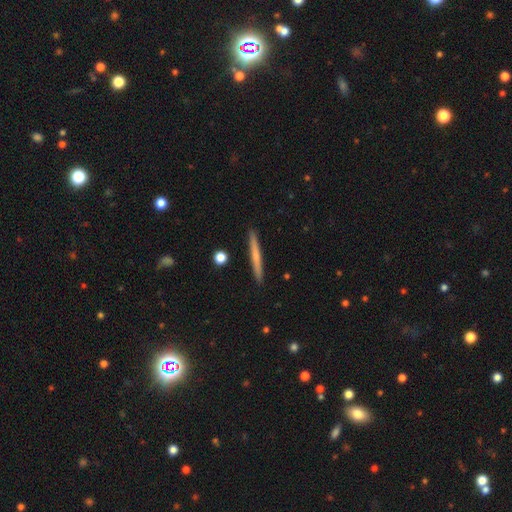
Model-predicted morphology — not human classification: Q: Smooth or featured?
A: smooth (56%); runner-up: featured or disk (38%)
Q: How rounded?
A: cigar-shaped (97%); runner-up: in between (2%)
Q: Merging?
A: none (92%); runner-up: minor disturbance (5%)